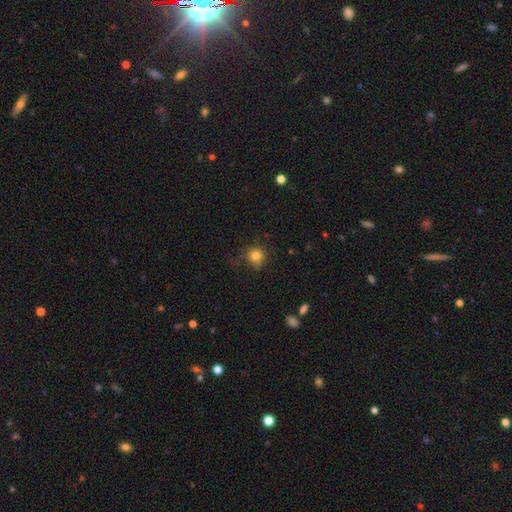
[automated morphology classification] A smooth galaxy with no disk features (82%) that is round (88%). Merging: none (69%).